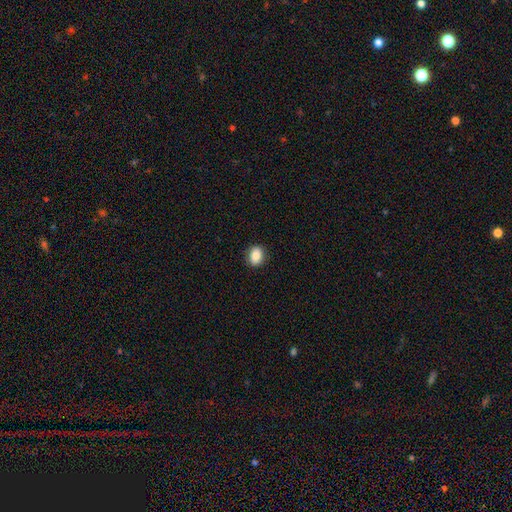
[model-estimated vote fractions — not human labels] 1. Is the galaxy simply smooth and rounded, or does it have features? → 85% smooth, 9% star or artifact, 7% featured or disk.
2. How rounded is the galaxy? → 59% in between, 39% round, 1% cigar-shaped.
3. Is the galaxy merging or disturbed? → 88% none, 9% minor disturbance, 2% major disturbance, 1% merger.